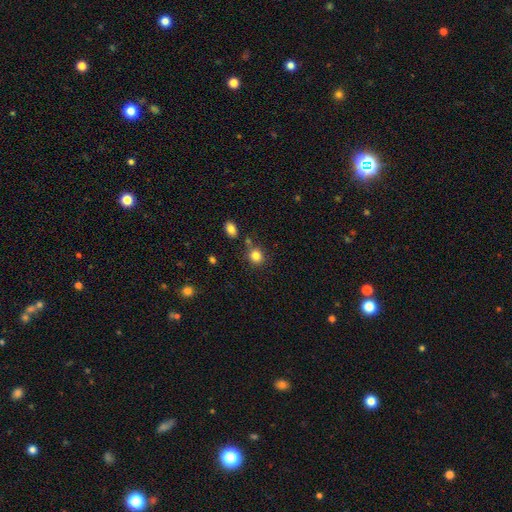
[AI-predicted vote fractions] smooth_or_featured: smooth (p=0.84) [alt: star or artifact p=0.11]
how_rounded: round (p=0.83) [alt: in between p=0.16]
merging: none (p=0.74) [alt: minor disturbance p=0.11]